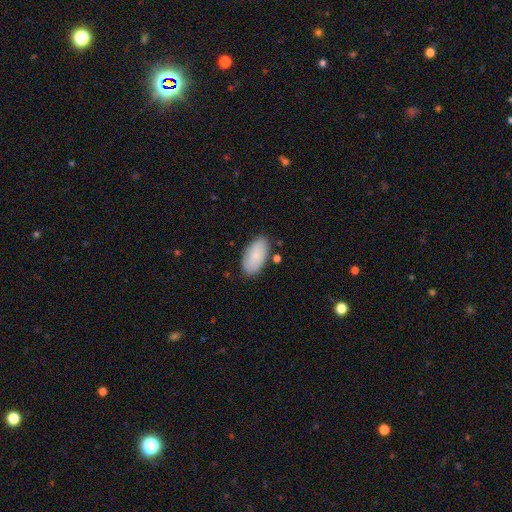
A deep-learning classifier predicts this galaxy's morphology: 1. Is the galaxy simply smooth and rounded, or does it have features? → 82% smooth, 11% featured or disk, 6% star or artifact.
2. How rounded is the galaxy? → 95% in between, 3% round, 2% cigar-shaped.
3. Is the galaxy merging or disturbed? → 82% none, 12% minor disturbance, 3% merger, 3% major disturbance.